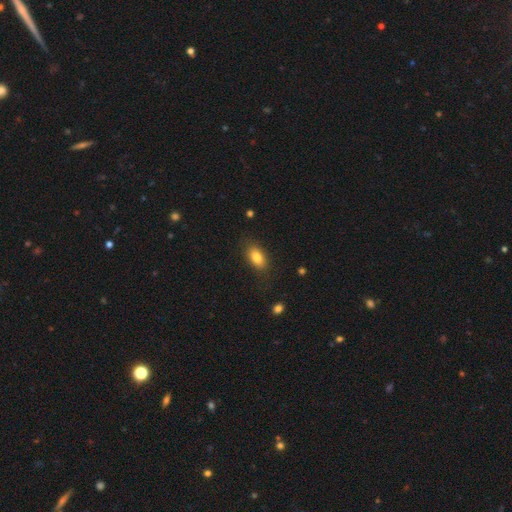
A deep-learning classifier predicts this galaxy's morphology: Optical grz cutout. It shows a smooth galaxy with no disk features (82%) that is in between round and cigar-shaped (88%). Merging: none (83%).